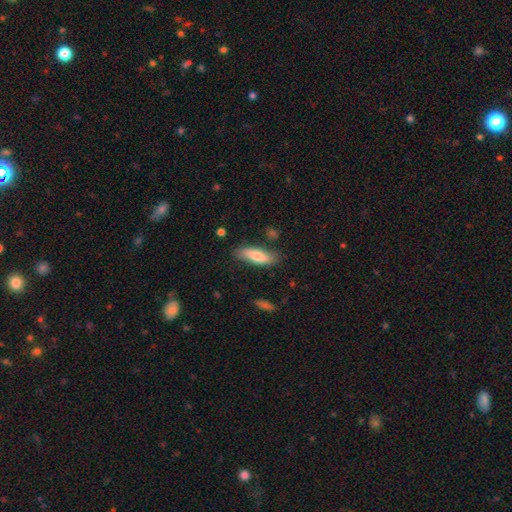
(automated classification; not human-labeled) Smooth or featured? smooth (72%)
How rounded? cigar-shaped (50%)
Merging? none (80%)